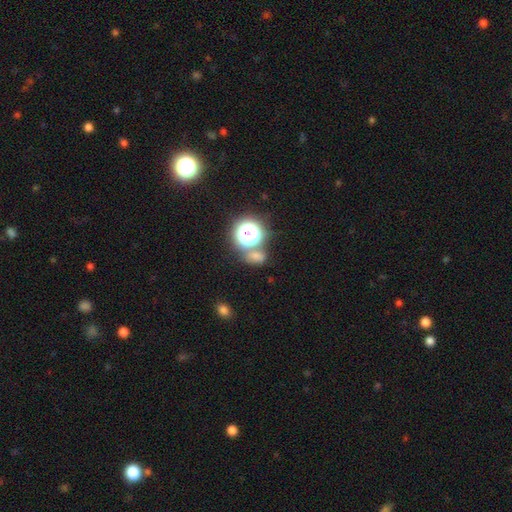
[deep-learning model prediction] smooth 56%, star or artifact 33%, featured or disk 11%. Down the decision tree: how rounded — round (58%); merging — none (57%).